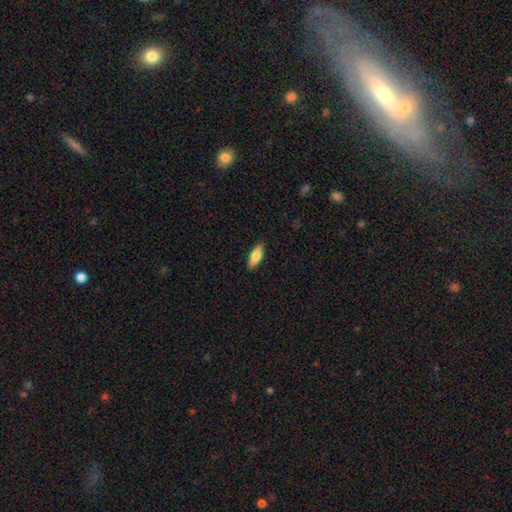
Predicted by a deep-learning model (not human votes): Overall: smooth (78%). How rounded: in between (67%; cigar-shaped 31%). Merging: none (88%).